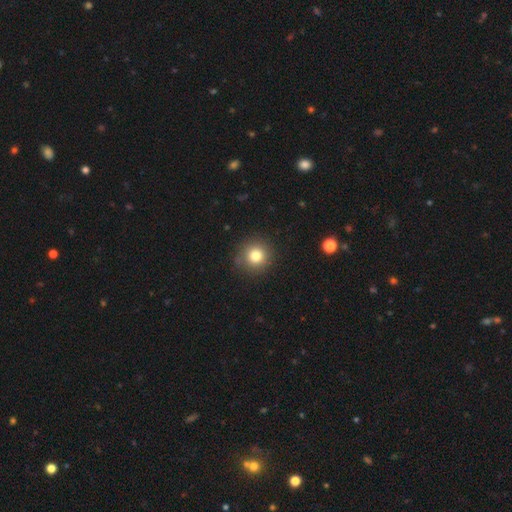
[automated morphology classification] A smooth galaxy with no disk features (80%) that is round (94%). Merging: none (88%).